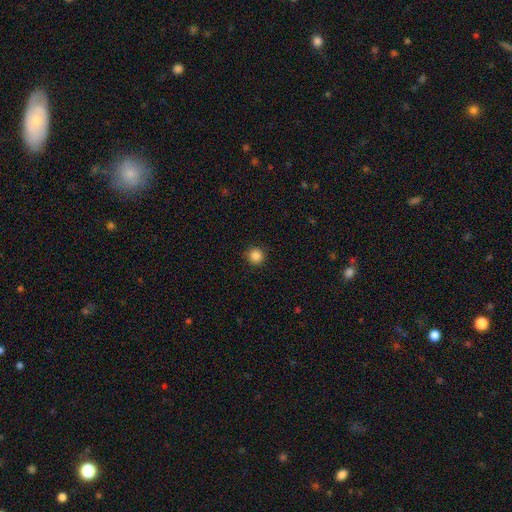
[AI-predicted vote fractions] Smooth or featured: smooth — 86% (star or artifact — 11%)
How rounded: round — 95% (in between — 4%)
Merging: none — 92% (minor disturbance — 5%)